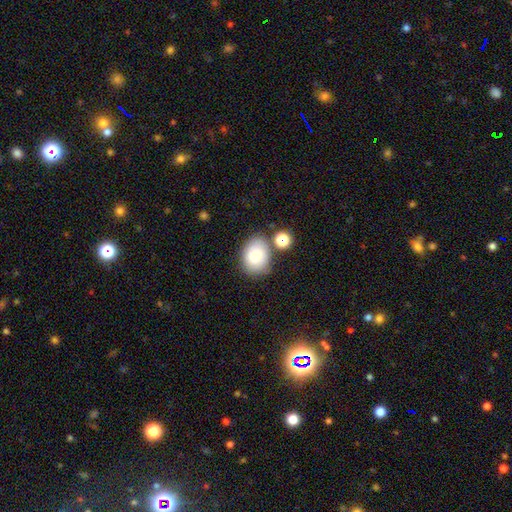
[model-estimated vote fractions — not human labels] Smooth or featured? smooth (78%)
How rounded? in between (58%)
Merging? none (71%)